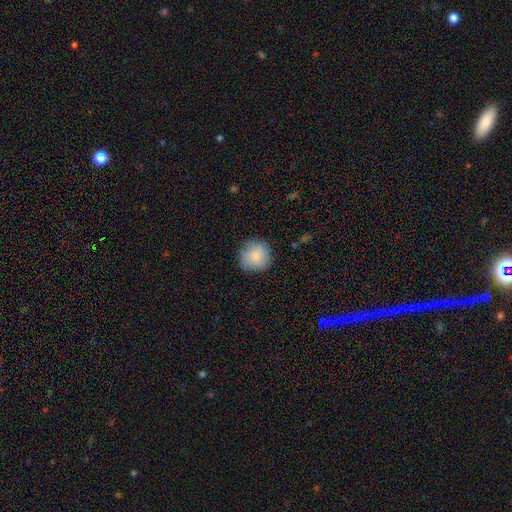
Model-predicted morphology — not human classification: Smooth or featured?
  - smooth: 85% *
  - featured or disk: 8%
  - star or artifact: 7%
How rounded?
  - round: 91% *
  - in between: 8%
  - cigar-shaped: 1%
Merging?
  - none: 83% *
  - minor disturbance: 13%
  - major disturbance: 3%
  - merger: 1%